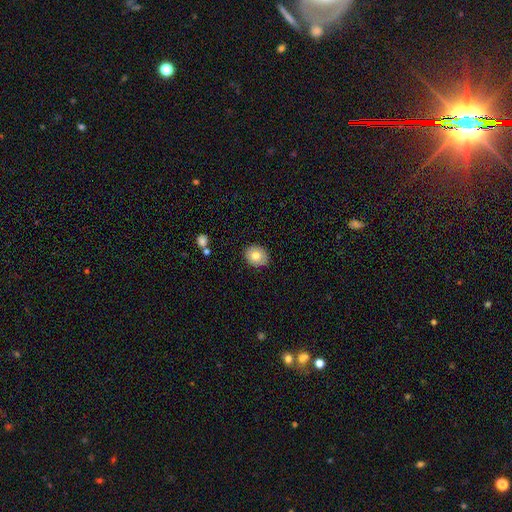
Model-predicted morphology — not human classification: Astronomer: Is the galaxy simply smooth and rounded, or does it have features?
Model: smooth — 75%.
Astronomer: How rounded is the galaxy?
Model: round — 65%.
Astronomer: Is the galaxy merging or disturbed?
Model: none — 88%.